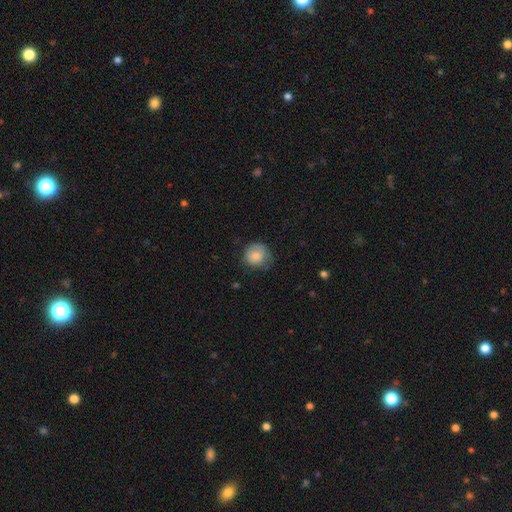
smooth 84%, featured or disk 8%, star or artifact 8%. Down the decision tree: how rounded — round (88%); merging — none (60%).